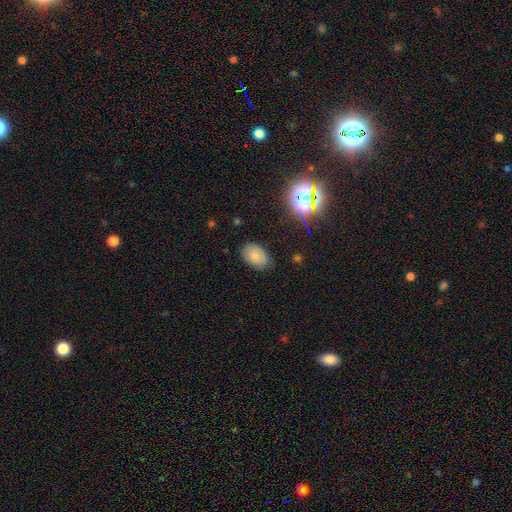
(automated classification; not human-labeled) This is likely a smooth galaxy (77%). How rounded: clearly in between (87%). Merging: likely none (78%).